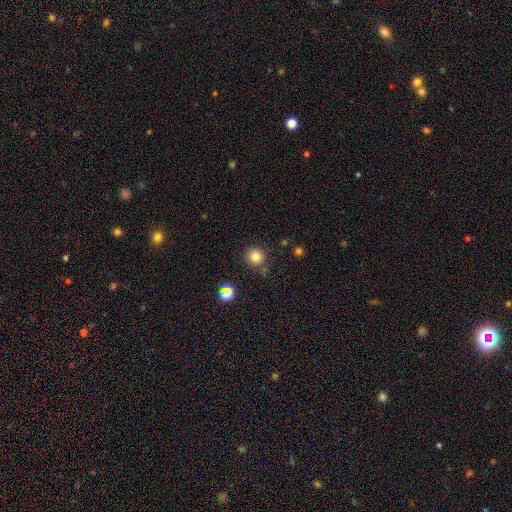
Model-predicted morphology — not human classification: Smooth or featured?
  - smooth: 79% *
  - star or artifact: 14%
  - featured or disk: 7%
How rounded?
  - round: 92% *
  - in between: 7%
  - cigar-shaped: 1%
Merging?
  - none: 81% *
  - minor disturbance: 11%
  - merger: 5%
  - major disturbance: 3%